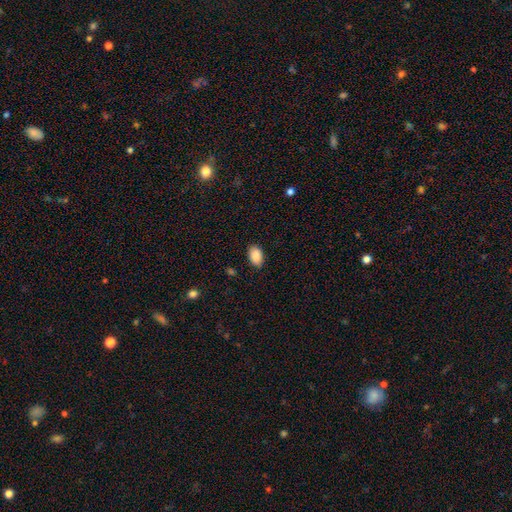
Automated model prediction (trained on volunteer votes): Smooth or featured?
  - smooth: 89% *
  - star or artifact: 7%
  - featured or disk: 4%
How rounded?
  - in between: 90% *
  - round: 9%
  - cigar-shaped: 1%
Merging?
  - none: 86% *
  - minor disturbance: 11%
  - major disturbance: 2%
  - merger: 1%